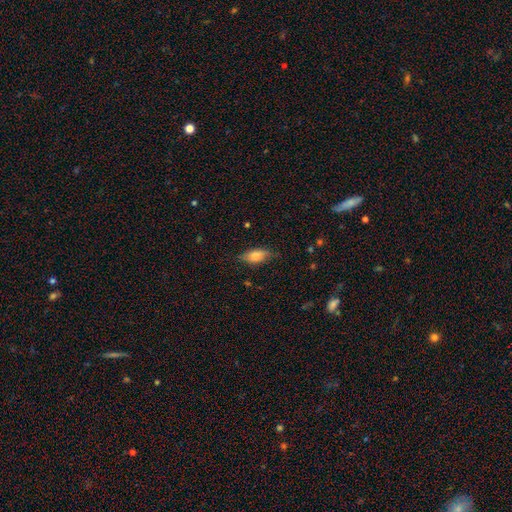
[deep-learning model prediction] The model was most divided on "merging": none: 69%, minor disturbance: 24%, major disturbance: 6%, merger: 1%. More confident: how rounded — in between (84%); smooth or featured — smooth (76%).